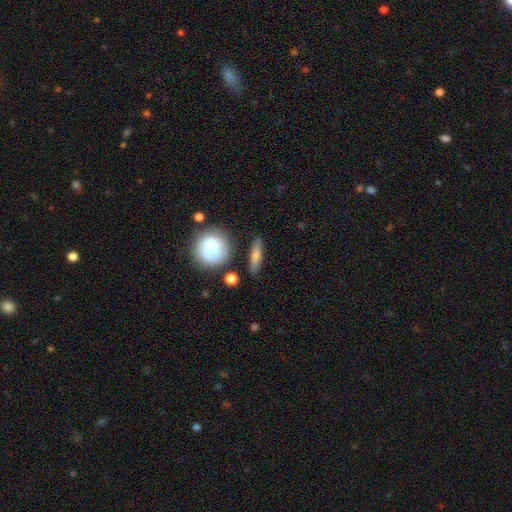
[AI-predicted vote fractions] Q: Smooth or featured?
A: smooth (67%); runner-up: featured or disk (26%)
Q: How rounded?
A: cigar-shaped (63%); runner-up: in between (26%)
Q: Merging?
A: none (82%); runner-up: minor disturbance (11%)